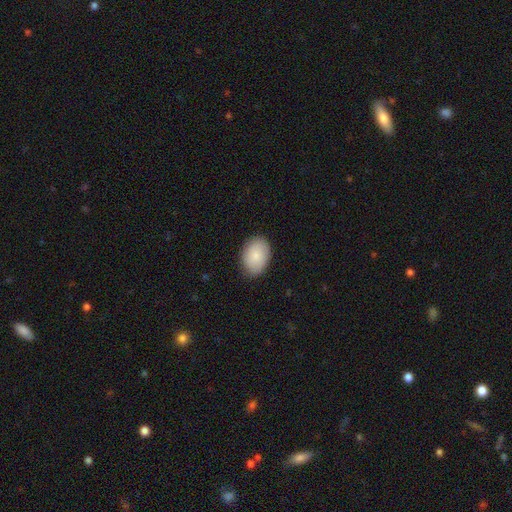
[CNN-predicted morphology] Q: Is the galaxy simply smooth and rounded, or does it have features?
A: smooth — 86%.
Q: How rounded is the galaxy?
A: in between — 82%.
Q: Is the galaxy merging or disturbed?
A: none — 85%.